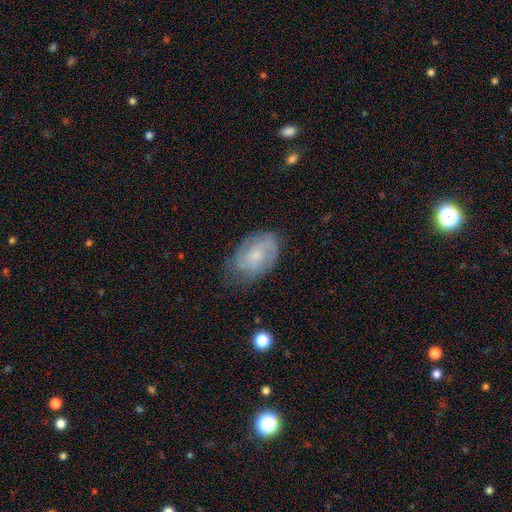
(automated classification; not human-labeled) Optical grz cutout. It shows a featured or disk galaxy (66%) with no bar (66%), 2 (49%) tight (52%) spiral arms (88%) and a small central bulge (58%). Merging: none (62%).